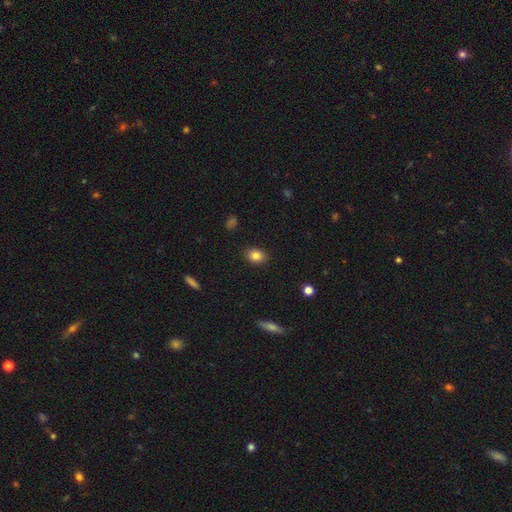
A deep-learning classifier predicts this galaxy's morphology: Smooth or featured? smooth (84%)
How rounded? in between (60%)
Merging? none (89%)